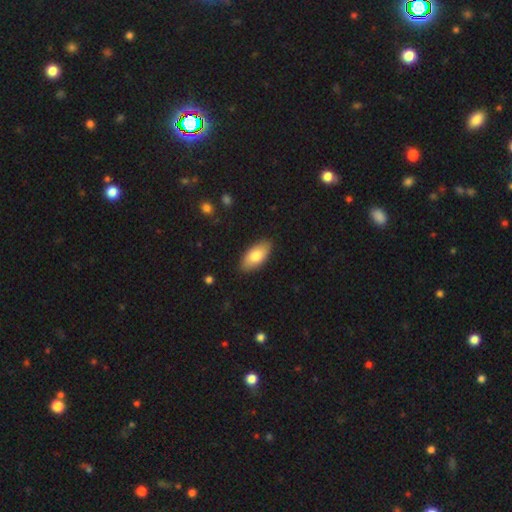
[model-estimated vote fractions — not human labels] A smooth galaxy with no disk features (77%) that is in between round and cigar-shaped (91%).

Vote fractions:
- Smooth or featured? smooth: 77% / featured or disk: 17% / star or artifact: 6%
- How rounded? in between: 91% / cigar-shaped: 6% / round: 2%
- Merging? none: 88% / minor disturbance: 9% / major disturbance: 2% / merger: 1%